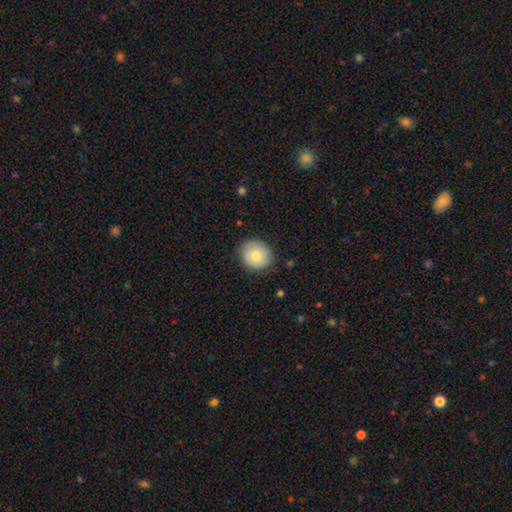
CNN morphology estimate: smooth 77%, featured or disk 15%, star or artifact 8%. Down the decision tree: how rounded — round (85%); merging — none (85%).